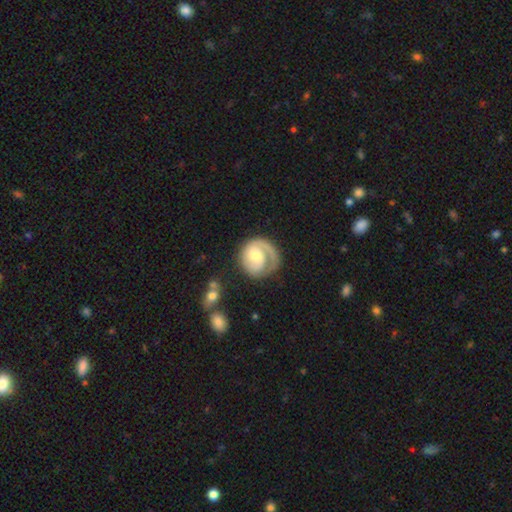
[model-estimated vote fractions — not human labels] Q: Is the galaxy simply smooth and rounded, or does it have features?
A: featured or disk — 75%.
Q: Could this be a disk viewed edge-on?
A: no — 98%.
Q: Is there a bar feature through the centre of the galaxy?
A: no — 64%.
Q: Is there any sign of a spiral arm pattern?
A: yes — 92%.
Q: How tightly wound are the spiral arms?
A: tight — 54%.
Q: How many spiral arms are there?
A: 1 — 69%.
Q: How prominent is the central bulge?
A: moderate — 44%, tied with small.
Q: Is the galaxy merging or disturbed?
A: none — 65%.